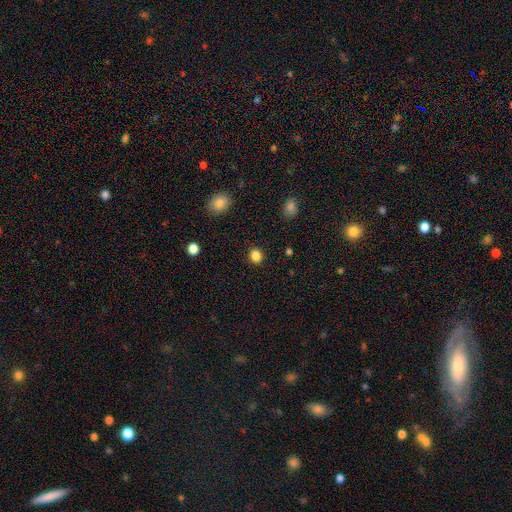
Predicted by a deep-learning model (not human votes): Q: Smooth or featured?
A: smooth (85%); runner-up: star or artifact (12%)
Q: How rounded?
A: round (67%); runner-up: in between (32%)
Q: Merging?
A: none (90%); runner-up: minor disturbance (7%)